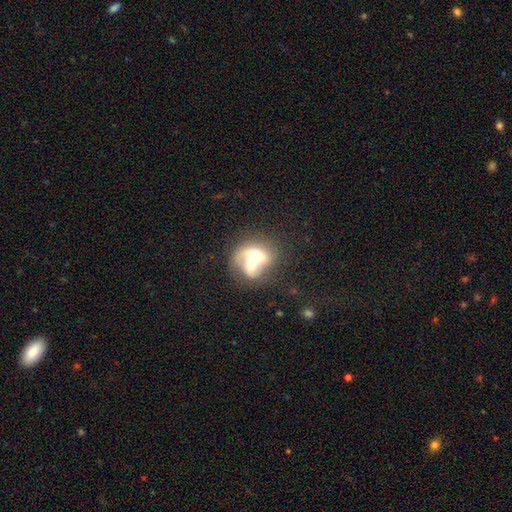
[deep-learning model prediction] Morphology: type=smooth (53%); roundness=round (54%); merging=merger (73%).